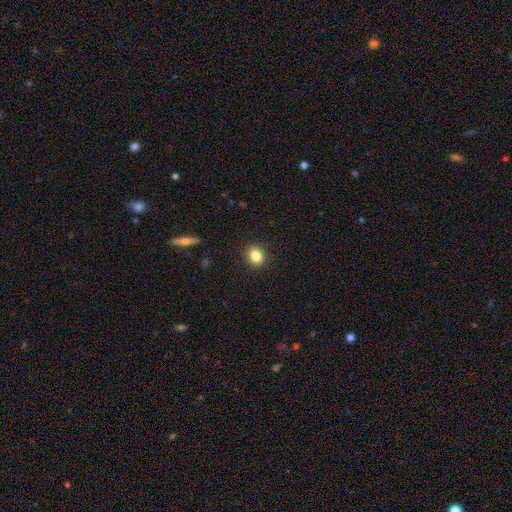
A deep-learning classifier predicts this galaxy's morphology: type=smooth (84%); roundness=round (73%); merging=none (90%).